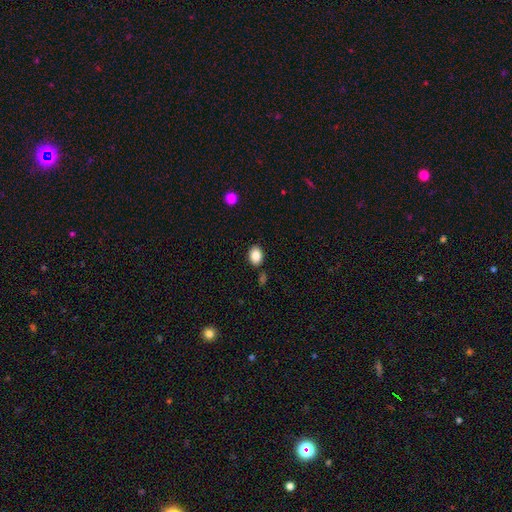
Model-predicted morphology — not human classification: smooth 87%, star or artifact 8%, featured or disk 4%. Down the decision tree: how rounded — in between (67%); merging — none (82%).